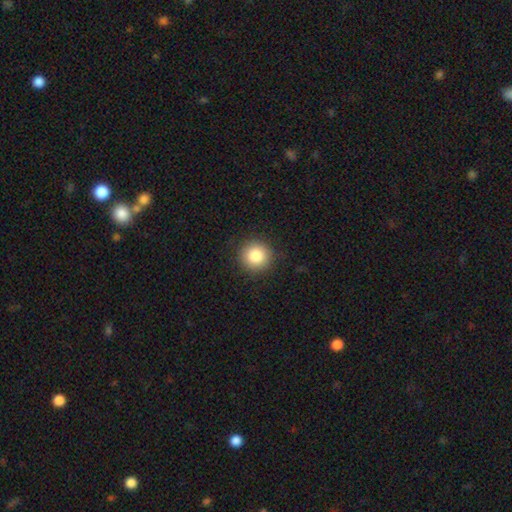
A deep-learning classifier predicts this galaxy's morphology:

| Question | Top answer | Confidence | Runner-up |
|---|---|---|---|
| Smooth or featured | smooth | 84% | star or artifact (10%) |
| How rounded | round | 95% | in between (4%) |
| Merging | none | 91% | minor disturbance (6%) |